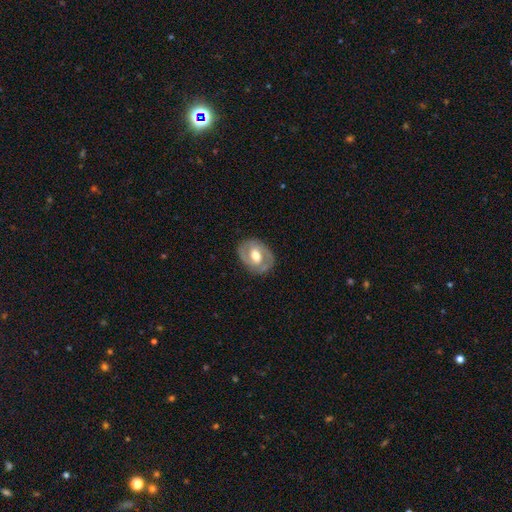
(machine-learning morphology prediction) This is likely a featured or disk galaxy (66%). It is clearly not viewed edge-on (95%). Bar: marginally no (44%). Spiral arm pattern: likely yes (63%). Central bulge: likely moderate (63%). Merging: clearly none (81%).